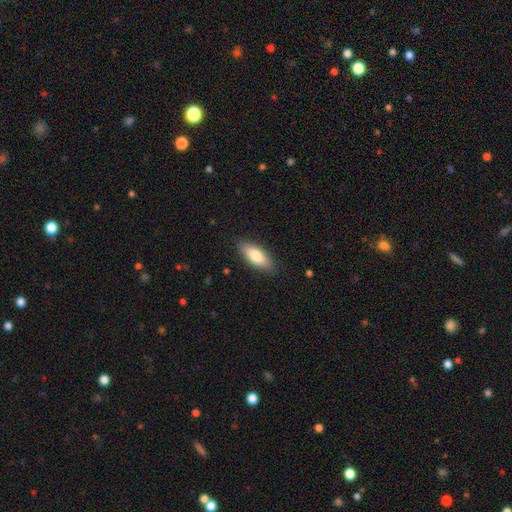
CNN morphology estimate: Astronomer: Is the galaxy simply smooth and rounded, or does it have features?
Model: smooth — 80%.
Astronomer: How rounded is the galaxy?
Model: in between — 76%.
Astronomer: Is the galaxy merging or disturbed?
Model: none — 86%.